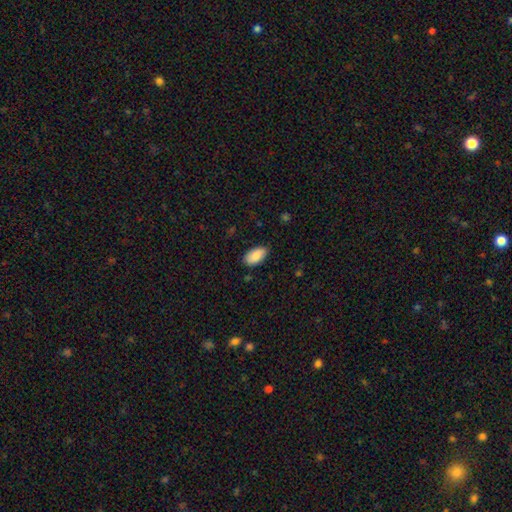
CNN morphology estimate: Q: Smooth or featured?
A: smooth (87%); runner-up: featured or disk (6%)
Q: How rounded?
A: in between (95%); runner-up: cigar-shaped (3%)
Q: Merging?
A: none (83%); runner-up: minor disturbance (14%)